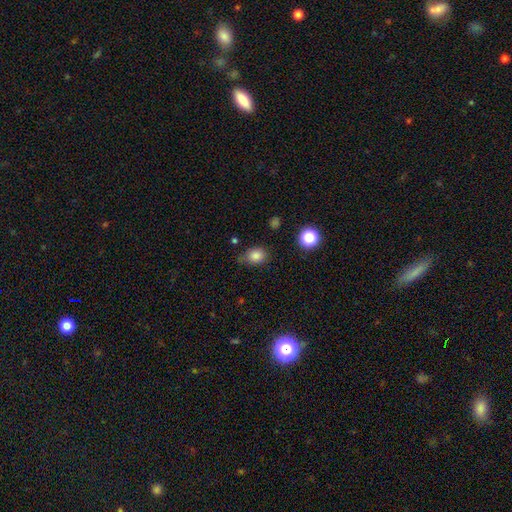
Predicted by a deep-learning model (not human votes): Smooth or featured: smooth — 83% (star or artifact — 11%)
How rounded: in between — 58% (round — 41%)
Merging: none — 65% (minor disturbance — 27%)